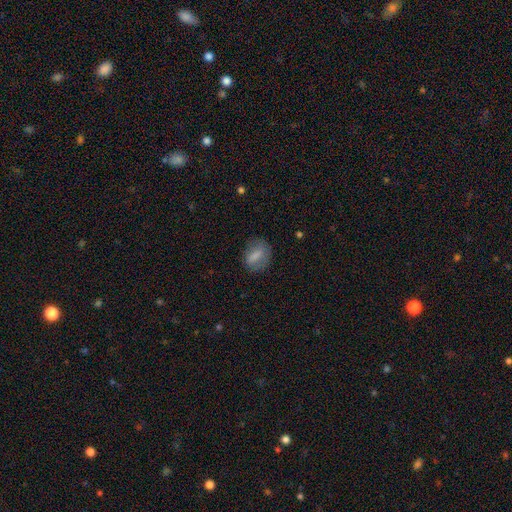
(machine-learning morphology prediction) Smooth or featured?
  - smooth: 74% *
  - featured or disk: 18%
  - star or artifact: 8%
How rounded?
  - in between: 62% *
  - round: 33%
  - cigar-shaped: 5%
Merging?
  - none: 72% *
  - minor disturbance: 19%
  - major disturbance: 8%
  - merger: 1%